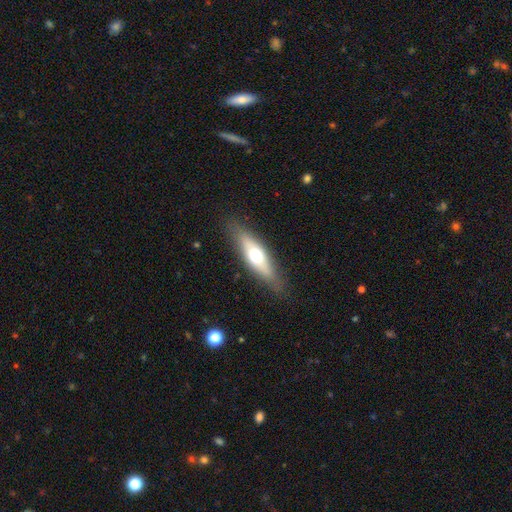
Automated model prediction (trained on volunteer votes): smooth 50%, featured or disk 43%, star or artifact 7%. Down the decision tree: how rounded — cigar-shaped (54%); merging — none (84%).